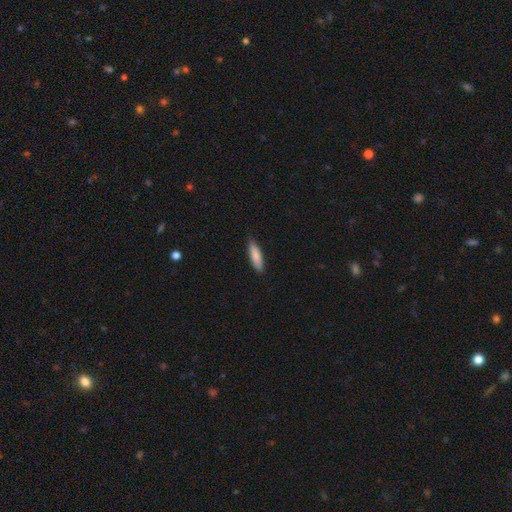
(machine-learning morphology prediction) The model was most divided on "how rounded": cigar-shaped: 62%, in between: 37%, round: 2%. More confident: merging — none (86%); smooth or featured — smooth (83%).